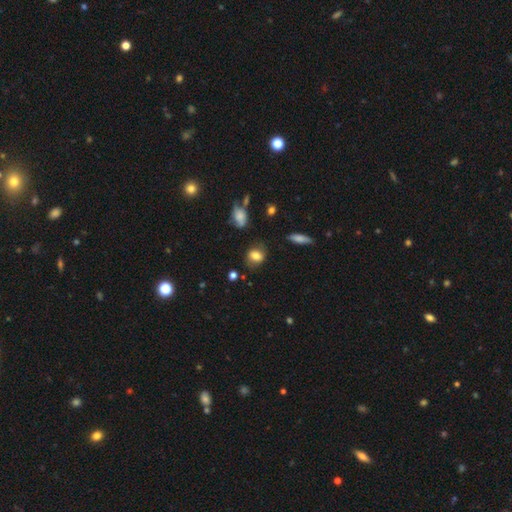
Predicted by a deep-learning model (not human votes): This is likely a smooth galaxy (76%). How rounded: possibly in between (50%). Merging: likely none (69%).